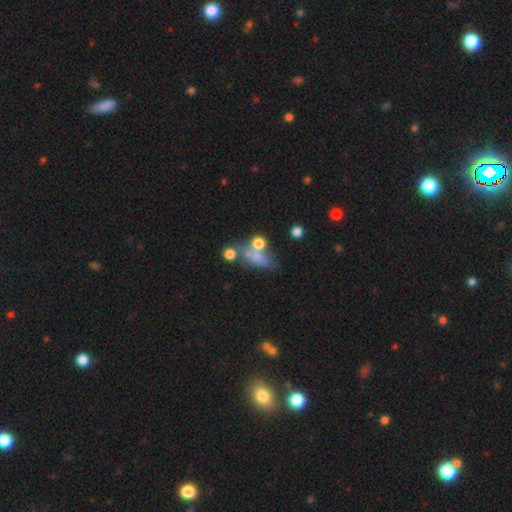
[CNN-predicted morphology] Smooth or featured?
  - smooth: 54% *
  - featured or disk: 27%
  - star or artifact: 19%
How rounded?
  - in between: 58% *
  - round: 30%
  - cigar-shaped: 12%
Merging?
  - merger: 32% *
  - none: 31%
  - major disturbance: 21%
  - minor disturbance: 16%